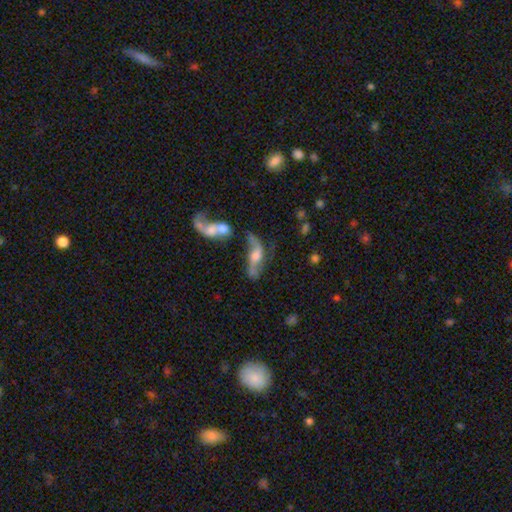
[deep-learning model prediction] smooth_or_featured: featured or disk (p=0.71) [alt: smooth p=0.20]
disk_edge_on: no (p=0.82) [alt: yes p=0.18]
bar: no (p=0.57) [alt: weak p=0.34]
has_spiral_arms: yes (p=0.85) [alt: no p=0.15]
bulge_size: moderate (p=0.50) [alt: large p=0.20]
merging: none (p=0.36) [alt: merger p=0.32]